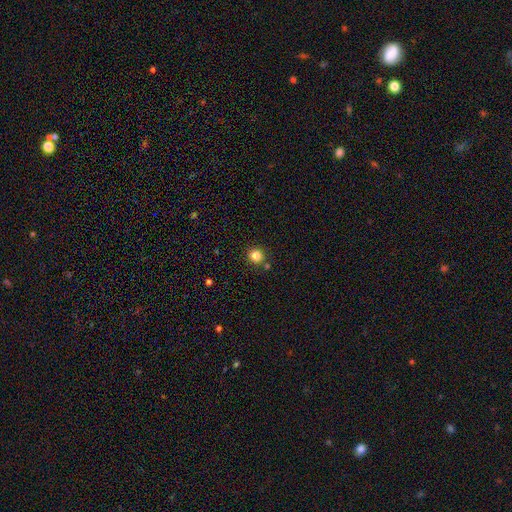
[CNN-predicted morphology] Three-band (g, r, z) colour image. It shows a smooth galaxy with no disk features (83%) that is round (93%). Merging: none (85%).